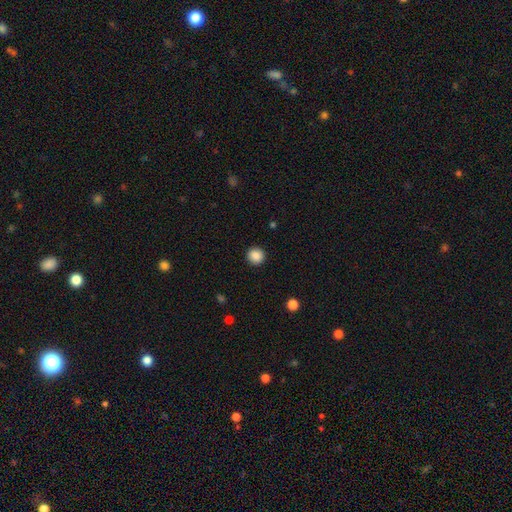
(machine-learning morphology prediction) smooth 88%, star or artifact 10%, featured or disk 3%. Down the decision tree: how rounded — round (94%); merging — none (92%).